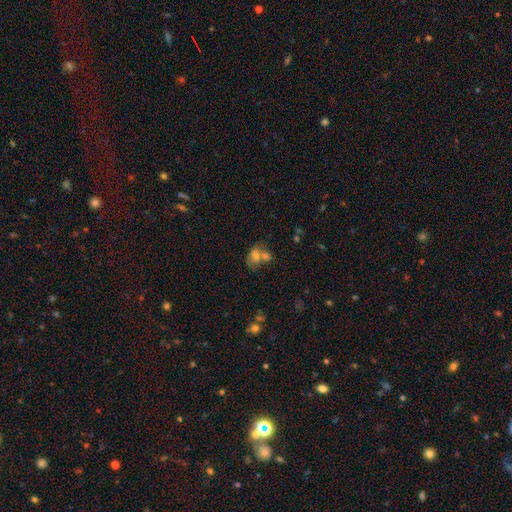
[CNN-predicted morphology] Smooth or featured?
  - smooth: 68% *
  - featured or disk: 20%
  - star or artifact: 11%
How rounded?
  - in between: 65% *
  - round: 34%
  - cigar-shaped: 1%
Merging?
  - merger: 55% *
  - none: 27%
  - minor disturbance: 12%
  - major disturbance: 6%